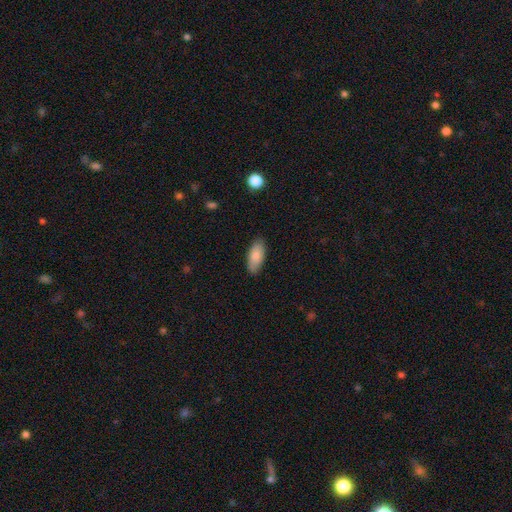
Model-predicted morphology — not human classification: smooth-or-featured: smooth: 84% | featured or disk: 10% | star or artifact: 6%
  how-rounded: in between: 85% | cigar-shaped: 13% | round: 2%
  merging: none: 84% | minor disturbance: 12% | major disturbance: 2% | merger: 1%